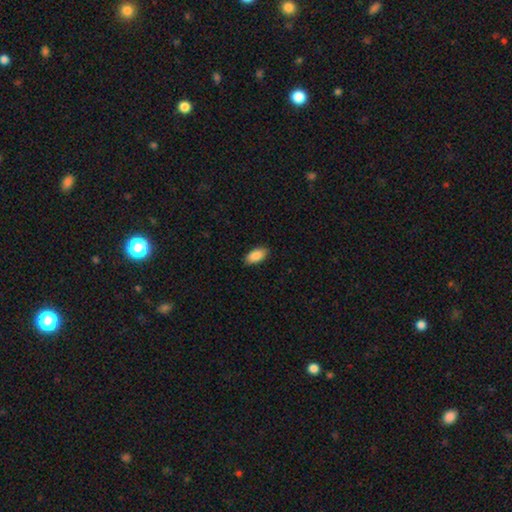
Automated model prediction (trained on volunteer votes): Smooth or featured: smooth — 89% (star or artifact — 6%)
How rounded: in between — 93% (cigar-shaped — 4%)
Merging: none — 88% (minor disturbance — 9%)